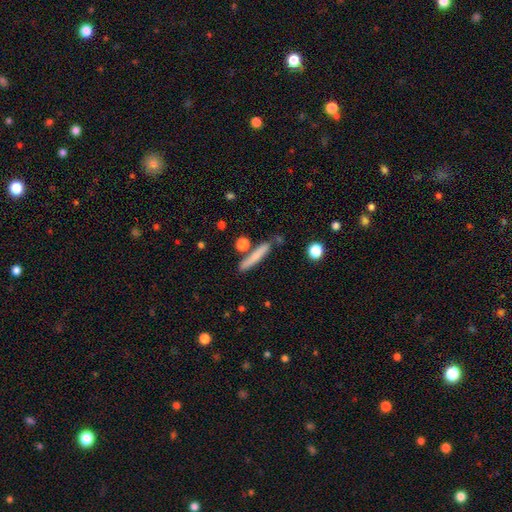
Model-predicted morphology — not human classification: smooth_or_featured: smooth (p=0.71) [alt: featured or disk p=0.22]
how_rounded: cigar-shaped (p=0.91) [alt: in between p=0.06]
merging: none (p=0.76) [alt: minor disturbance p=0.13]